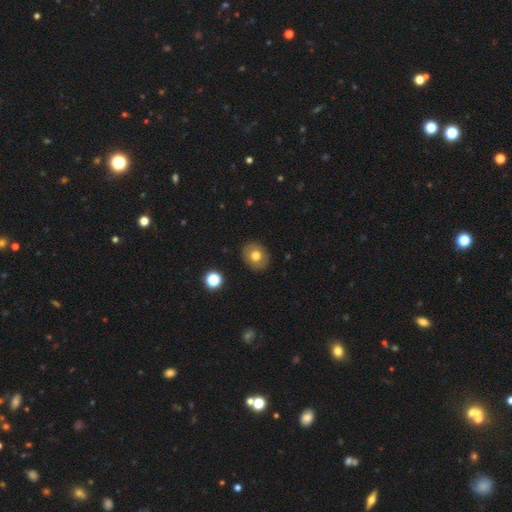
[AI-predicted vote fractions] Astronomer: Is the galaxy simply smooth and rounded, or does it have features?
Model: smooth — 73%.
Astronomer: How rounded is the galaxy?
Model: round — 56% (runner-up: in between, 43%).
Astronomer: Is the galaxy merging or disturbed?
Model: none — 88%.